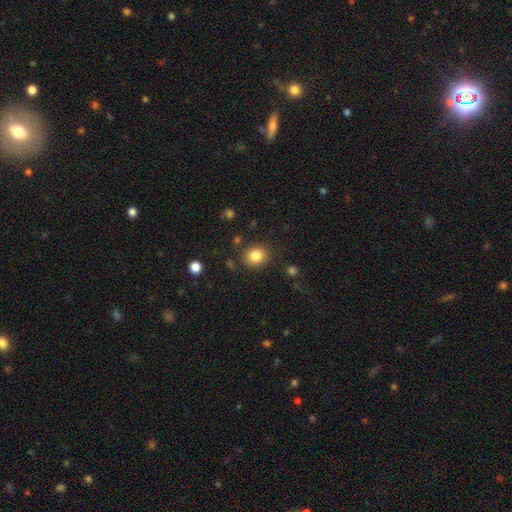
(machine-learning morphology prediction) Q: Smooth or featured?
A: smooth (84%); runner-up: star or artifact (10%)
Q: How rounded?
A: round (74%); runner-up: in between (26%)
Q: Merging?
A: none (86%); runner-up: minor disturbance (9%)